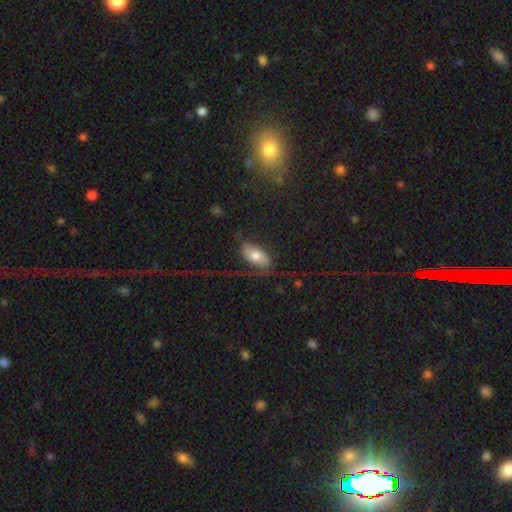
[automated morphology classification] Smooth or featured? smooth (49%)
Merging? none (46%)